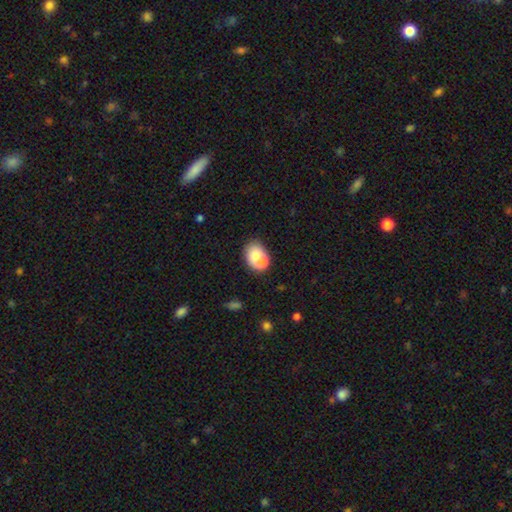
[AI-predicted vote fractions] Smooth or featured: smooth — 71% (featured or disk — 21%)
How rounded: in between — 62% (round — 37%)
Merging: merger — 46% (none — 39%)